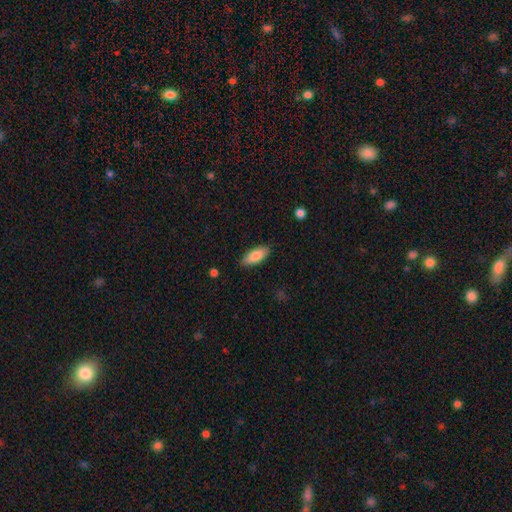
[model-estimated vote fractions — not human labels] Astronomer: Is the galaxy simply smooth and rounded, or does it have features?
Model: smooth — 83%.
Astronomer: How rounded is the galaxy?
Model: in between — 82%.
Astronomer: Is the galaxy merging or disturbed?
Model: none — 86%.